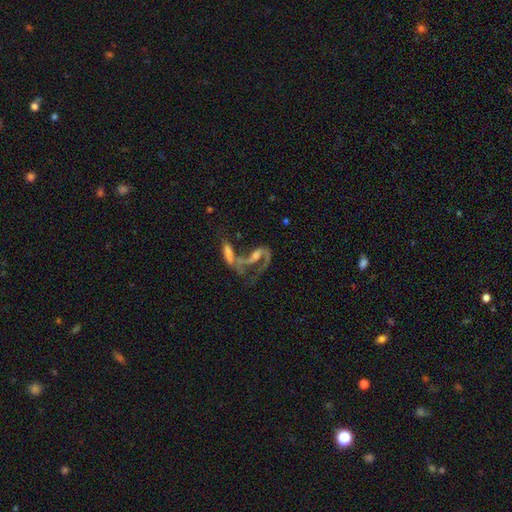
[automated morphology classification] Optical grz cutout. It shows a featured or disk galaxy (73%) with no bar (48%), 2 (54%) loose (61%) spiral arms (78%) and a moderate central bulge (34%). Merging: merger (50%).